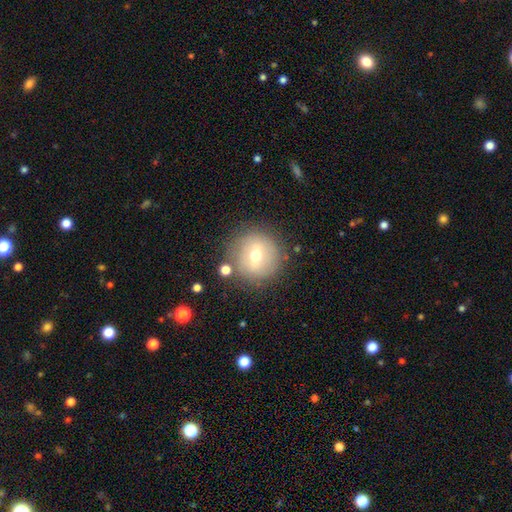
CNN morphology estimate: smooth-or-featured: smooth: 47% | featured or disk: 43% | star or artifact: 10%
  merging: none: 81% | minor disturbance: 11% | major disturbance: 5% | merger: 4%